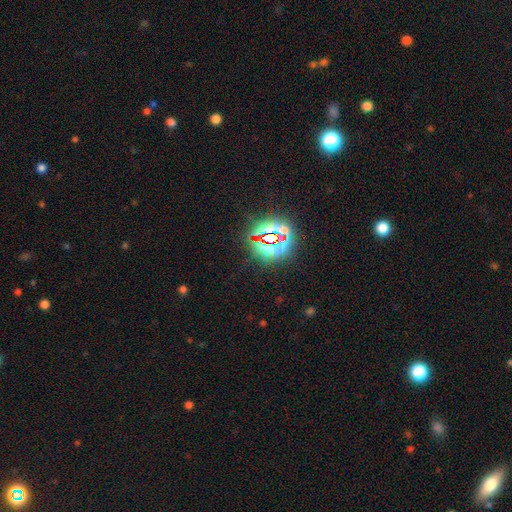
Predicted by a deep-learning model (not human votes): Smooth or featured: star or artifact — 79% (smooth — 14%)